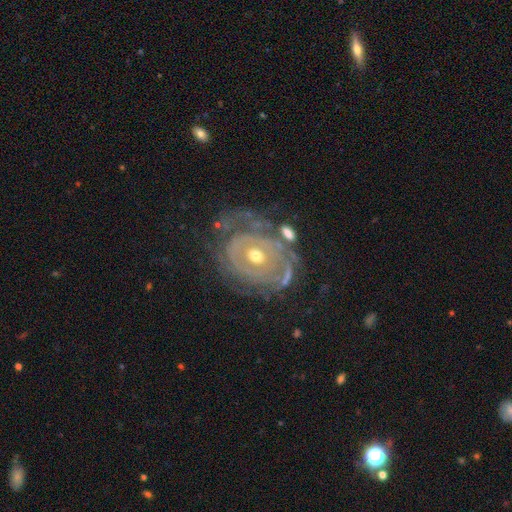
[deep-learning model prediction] This is clearly a featured or disk galaxy (83%). It is clearly not viewed edge-on (96%). Bar: likely no (78%). Spiral arm pattern: likely yes (78%). Spiral arm count: marginally can't tell (42%). Spiral winding: likely tight (74%). Central bulge: possibly moderate (56%). Merging: possibly none (59%).